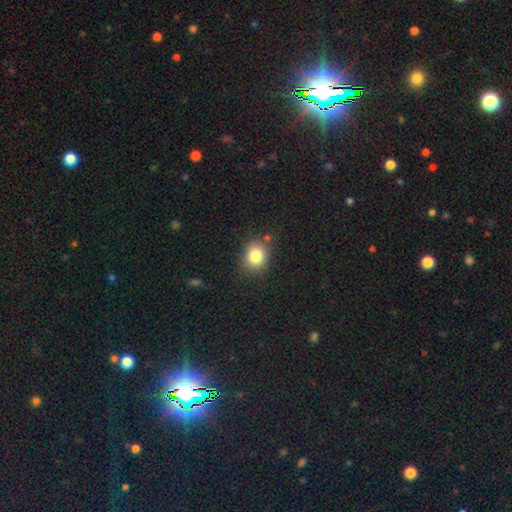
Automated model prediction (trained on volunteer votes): Overall: smooth (81%). How rounded: round (64%; in between 35%). Merging: none (80%).